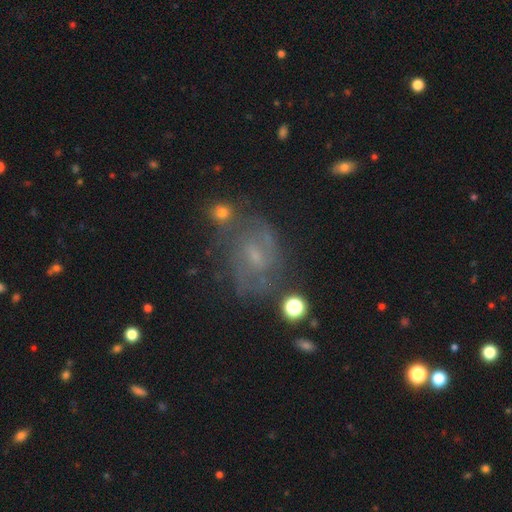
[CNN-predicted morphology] A featured or disk galaxy (69%) with a weak bar (56%), 2 (48%) medium (45%) spiral arms (84%) and a small central bulge (62%). Merging: none (64%).